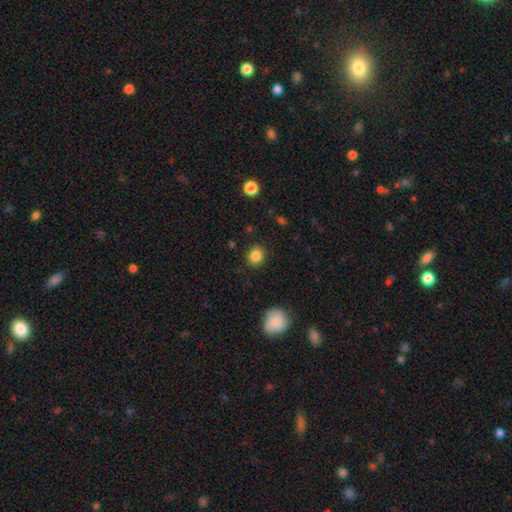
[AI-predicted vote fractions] A smooth galaxy with no disk features (85%) that is round (79%).

Vote fractions:
- Smooth or featured? smooth: 85% / star or artifact: 10% / featured or disk: 5%
- How rounded? round: 79% / in between: 20% / cigar-shaped: 1%
- Merging? none: 89% / minor disturbance: 8% / major disturbance: 2% / merger: 1%